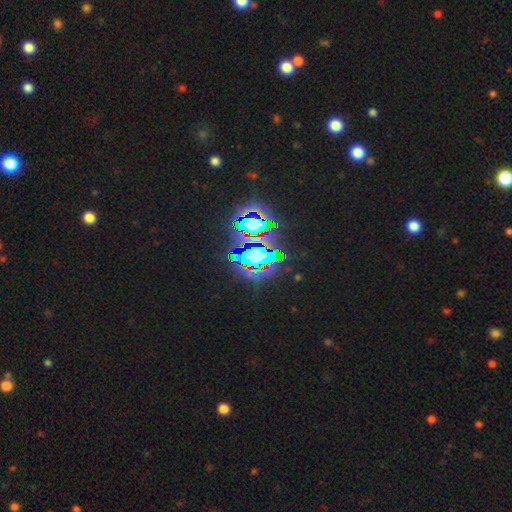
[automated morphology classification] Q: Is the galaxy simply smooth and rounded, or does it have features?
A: star or artifact — 67%.